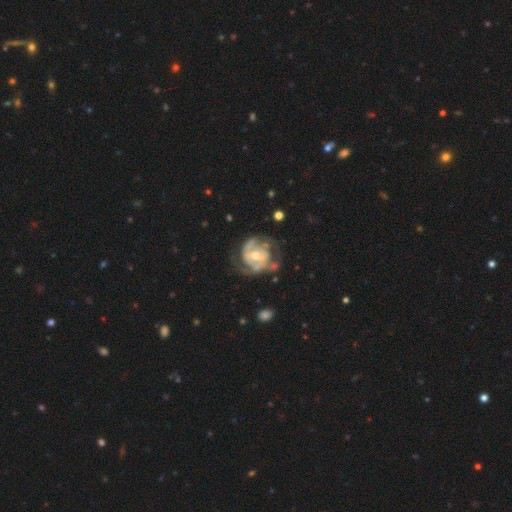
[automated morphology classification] A featured or disk galaxy (84%) with no bar (57%), 2 (49%) tight (46%) spiral arms (85%) and a moderate central bulge (66%).

Vote fractions:
- Smooth or featured? featured or disk: 84% / smooth: 11% / star or artifact: 5%
- Edge-on disk? no: 98% / yes: 2%
- Bar? no: 57% / weak: 32% / strong: 11%
- Spiral arms? yes: 85% / no: 15%
- Spiral winding? tight: 46% / medium: 39% / loose: 14%
- Spiral arm count? 2: 49% / can't tell: 24% / 3: 15% / 1: 5% / 4: 4% / more than 4: 3%
- Bulge size? moderate: 66% / small: 26% / large: 6% / none: 2% / dominant: 1%
- Merging? none: 54% / minor disturbance: 22% / major disturbance: 21% / merger: 3%